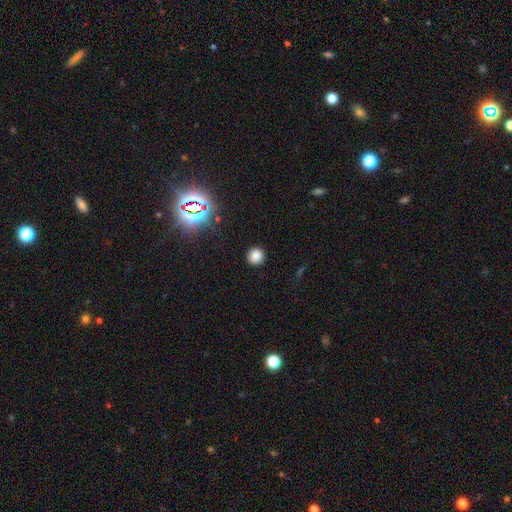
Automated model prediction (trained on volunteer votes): This is clearly a smooth galaxy (80%). How rounded: clearly round (94%). Merging: clearly none (91%).